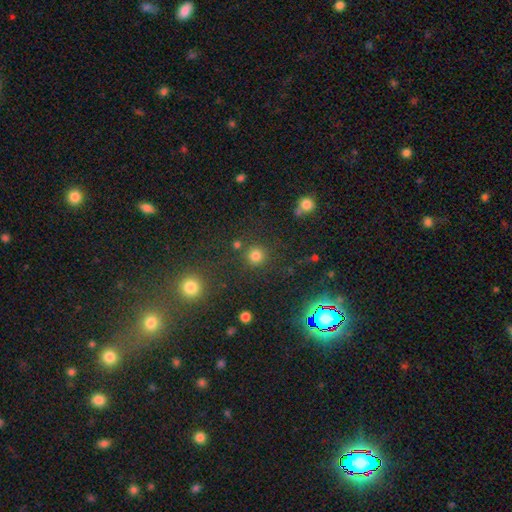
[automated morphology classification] Smooth or featured? smooth (77%)
How rounded? round (93%)
Merging? none (84%)